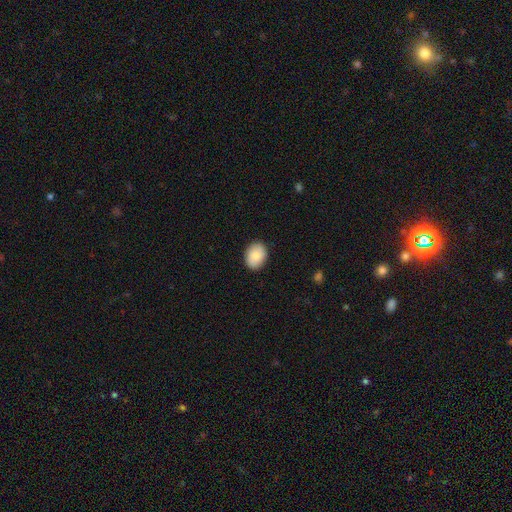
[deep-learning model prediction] A smooth galaxy with no disk features (87%) that is in between round and cigar-shaped (70%). Merging: none (89%).